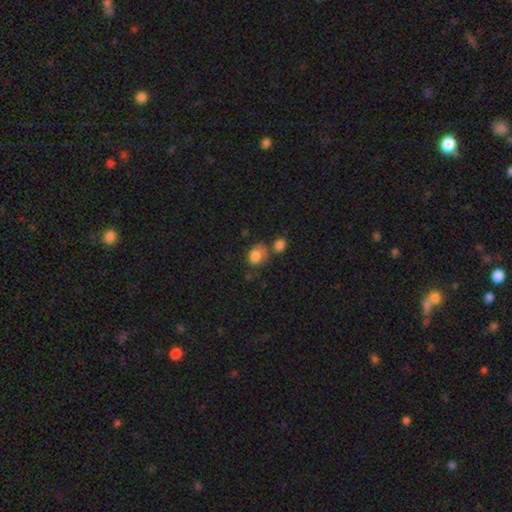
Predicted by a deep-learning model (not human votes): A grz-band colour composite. It shows a smooth galaxy with no disk features (82%) that is round (53%). Merging: none (45%).